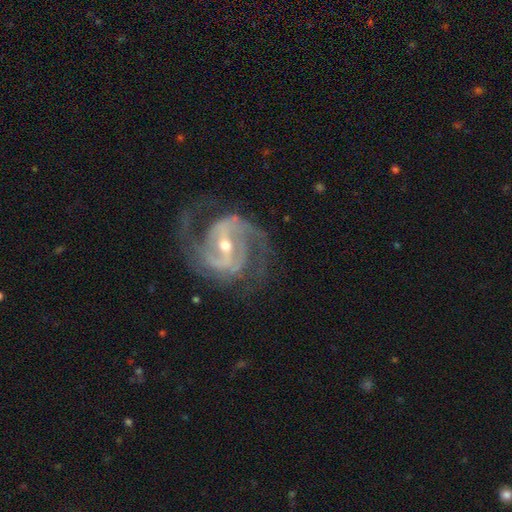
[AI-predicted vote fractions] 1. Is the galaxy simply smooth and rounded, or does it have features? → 91% featured or disk, 5% star or artifact, 3% smooth.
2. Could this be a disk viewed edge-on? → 97% no, 3% yes.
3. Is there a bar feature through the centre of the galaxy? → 46% strong, 38% weak, 16% no.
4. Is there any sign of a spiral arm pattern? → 98% yes, 2% no.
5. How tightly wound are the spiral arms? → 55% medium, 32% tight, 13% loose.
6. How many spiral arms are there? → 83% 2, 7% 3, 4% can't tell, 2% 4, 2% 1, 2% more than 4.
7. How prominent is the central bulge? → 52% small, 43% moderate, 2% large, 1% none, 1% dominant.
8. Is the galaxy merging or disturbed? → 74% none, 14% minor disturbance, 10% major disturbance, 2% merger.